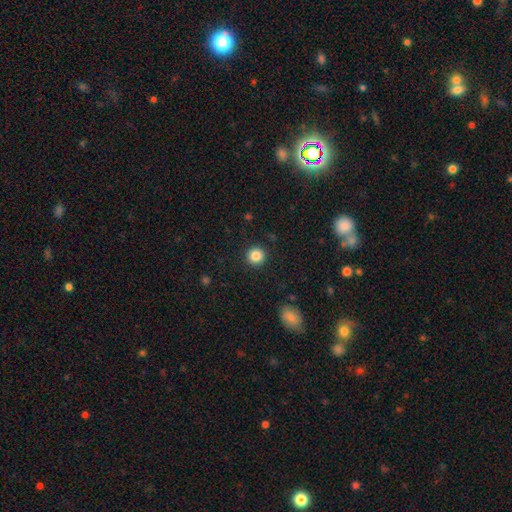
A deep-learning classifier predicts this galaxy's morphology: A smooth galaxy with no disk features (85%) that is round (94%). Merging: none (92%).